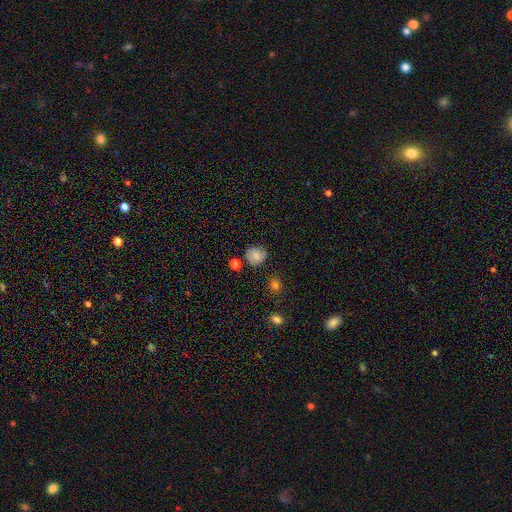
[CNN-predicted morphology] This appears to be a smooth galaxy with no disk features (76%) that is round (76%). Merging: none (76%).